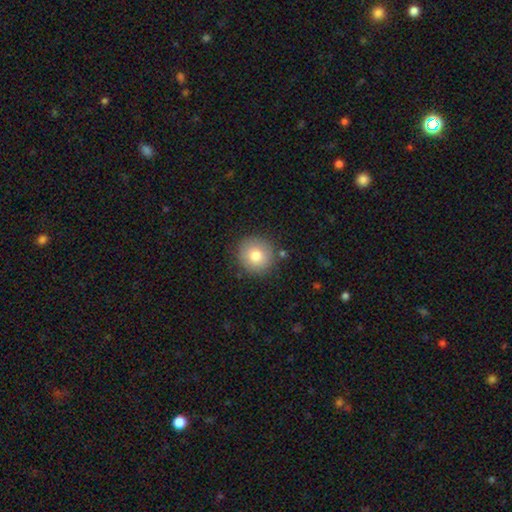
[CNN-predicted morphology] smooth 78%, featured or disk 12%, star or artifact 10%. Down the decision tree: how rounded — round (93%); merging — none (86%).